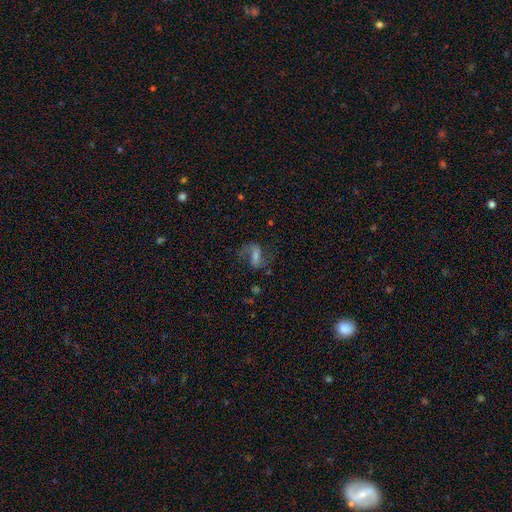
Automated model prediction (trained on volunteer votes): A featured or disk galaxy (66%) with a weak bar (40%), 2 (80%) loose (58%) spiral arms (88%) and a small central bulge (38%). Merging: none (61%).